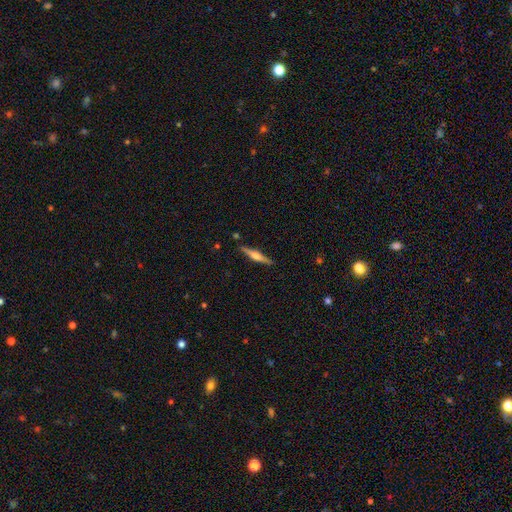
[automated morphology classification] Smooth or featured? featured or disk (69%)
Edge-on disk? yes (98%)
Edge-on bulge? rounded (84%)
Merging? none (89%)